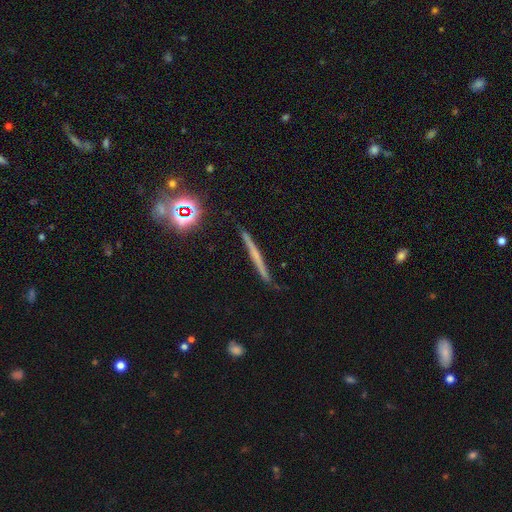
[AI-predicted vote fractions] Smooth or featured? Predicted: featured or disk (p=0.50). Merging? Predicted: none (p=0.84).